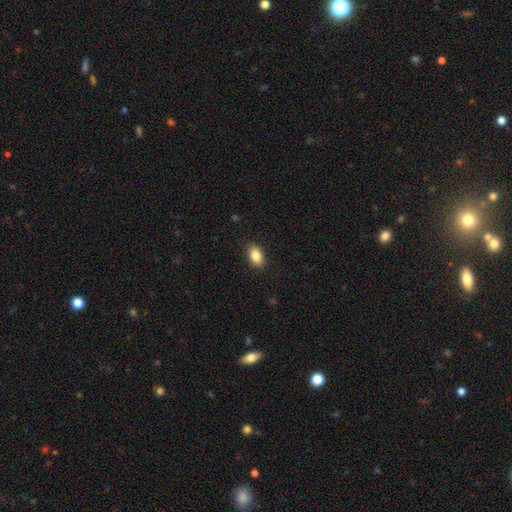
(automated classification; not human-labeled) Smooth or featured?
  - smooth: 86% *
  - star or artifact: 8%
  - featured or disk: 6%
How rounded?
  - in between: 89% *
  - round: 10%
  - cigar-shaped: 2%
Merging?
  - none: 89% *
  - minor disturbance: 8%
  - major disturbance: 2%
  - merger: 1%